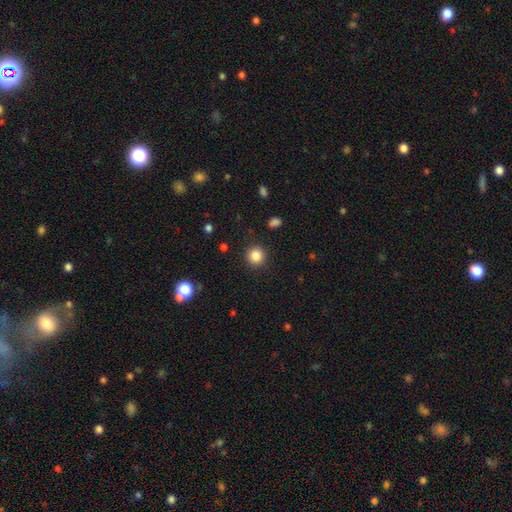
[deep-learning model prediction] Morphology: type=smooth (85%); roundness=round (94%); merging=none (91%).